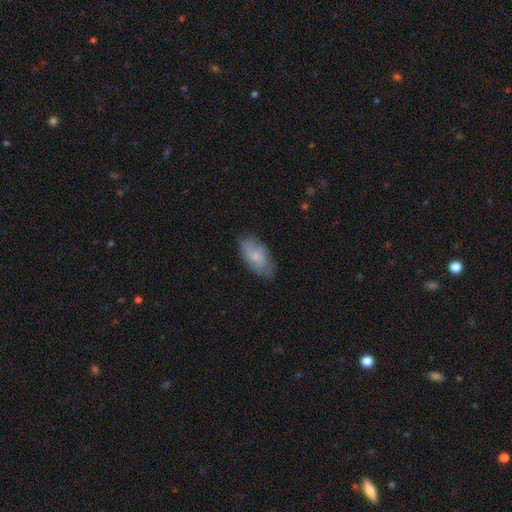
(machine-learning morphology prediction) smooth 64%, featured or disk 29%, star or artifact 7%. Down the decision tree: how rounded — in between (92%); merging — none (72%).